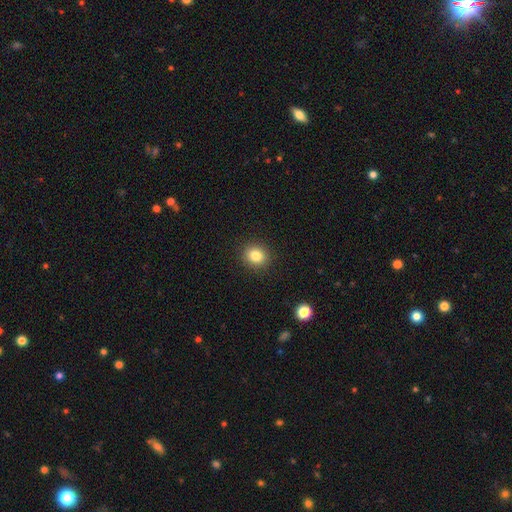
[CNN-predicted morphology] A smooth galaxy with no disk features (82%) that is round (80%).

Vote fractions:
- Smooth or featured? smooth: 82% / star or artifact: 11% / featured or disk: 7%
- How rounded? round: 80% / in between: 20% / cigar-shaped: 1%
- Merging? none: 91% / minor disturbance: 6% / major disturbance: 2% / merger: 1%